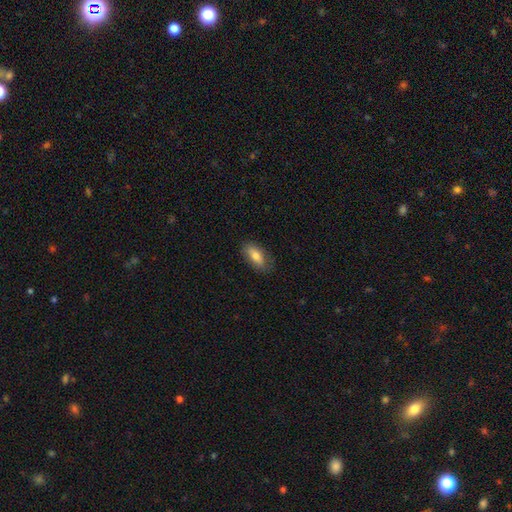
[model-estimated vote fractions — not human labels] smooth 77%, featured or disk 17%, star or artifact 7%. Down the decision tree: how rounded — in between (83%); merging — none (81%).